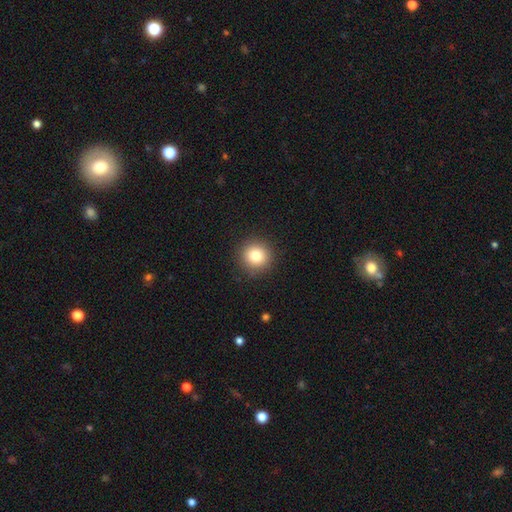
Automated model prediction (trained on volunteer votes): A smooth galaxy with no disk features (80%) that is round (94%). Merging: none (91%).